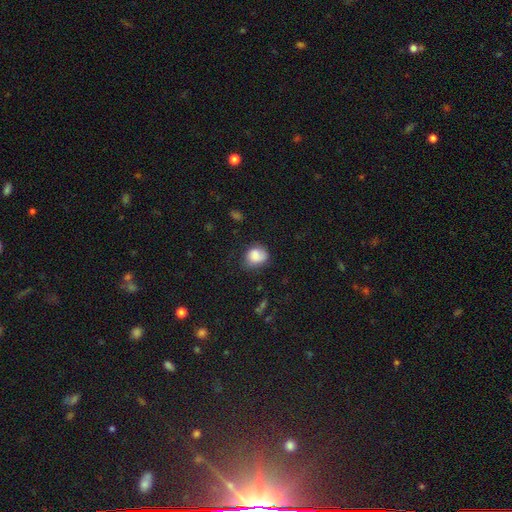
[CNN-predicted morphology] This appears to be a smooth galaxy with no disk features (81%) that is round (59%). Merging: none (57%).